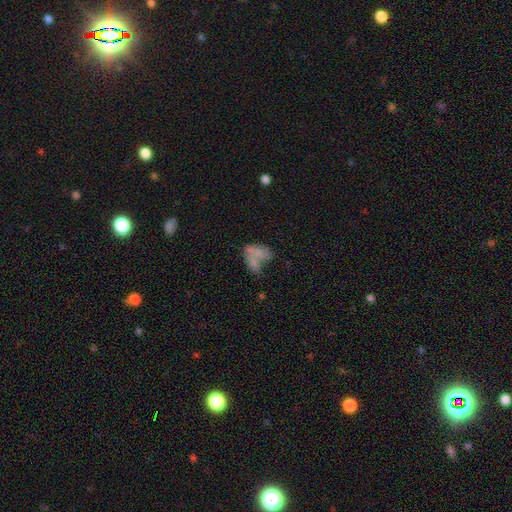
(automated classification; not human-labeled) Smooth or featured?
  - smooth: 61% *
  - featured or disk: 27%
  - star or artifact: 12%
How rounded?
  - in between: 85% *
  - round: 12%
  - cigar-shaped: 3%
Merging?
  - merger: 47% *
  - none: 22%
  - major disturbance: 16%
  - minor disturbance: 15%